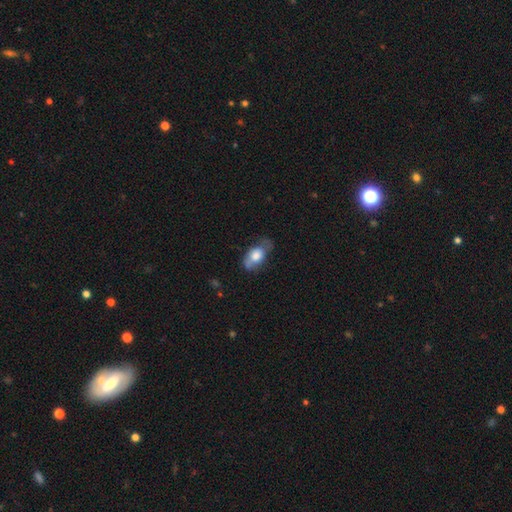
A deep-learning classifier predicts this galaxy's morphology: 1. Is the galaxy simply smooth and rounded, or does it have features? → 64% smooth, 29% featured or disk, 7% star or artifact.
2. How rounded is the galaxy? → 86% in between, 10% round, 4% cigar-shaped.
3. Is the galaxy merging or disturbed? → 48% none, 33% minor disturbance, 16% major disturbance, 3% merger.